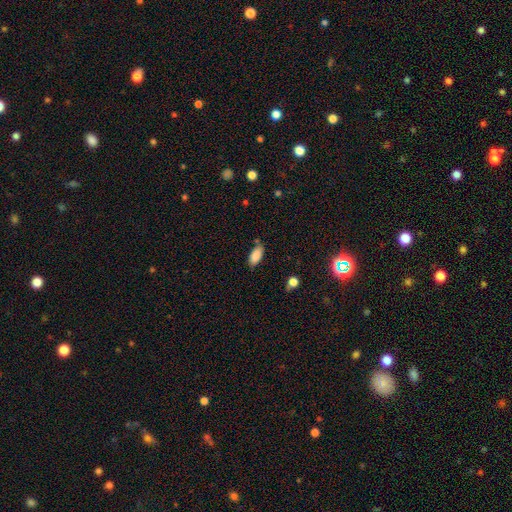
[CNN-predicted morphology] Smooth or featured?
  - smooth: 86% *
  - star or artifact: 8%
  - featured or disk: 6%
How rounded?
  - in between: 89% *
  - cigar-shaped: 9%
  - round: 2%
Merging?
  - none: 72% *
  - minor disturbance: 20%
  - merger: 5%
  - major disturbance: 4%